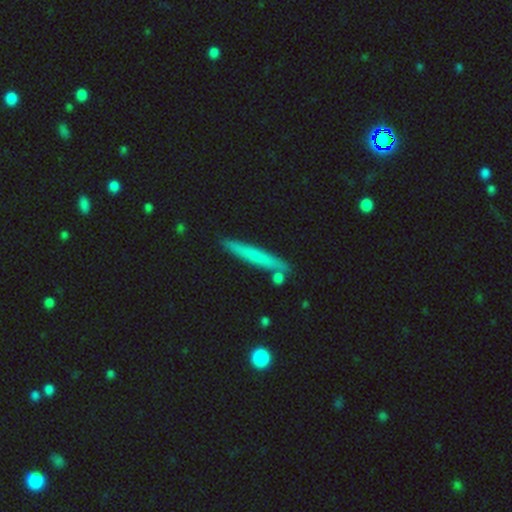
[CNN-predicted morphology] smooth-or-featured: smooth: 64% | featured or disk: 30% | star or artifact: 6%
  how-rounded: cigar-shaped: 95% | in between: 3% | round: 2%
  merging: none: 84% | minor disturbance: 10% | merger: 4% | major disturbance: 2%